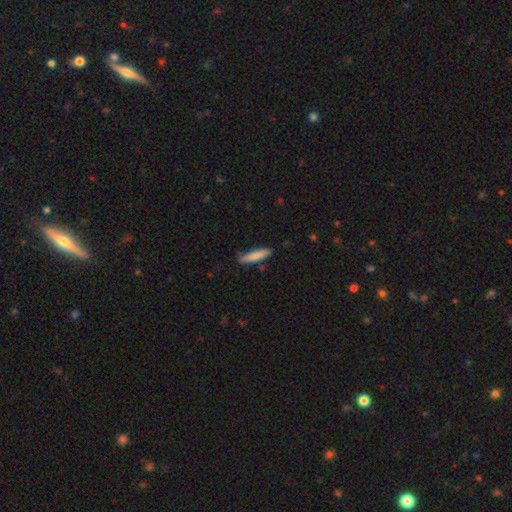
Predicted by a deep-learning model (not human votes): Morphology: type=smooth (83%); roundness=cigar-shaped (83%); merging=none (83%).